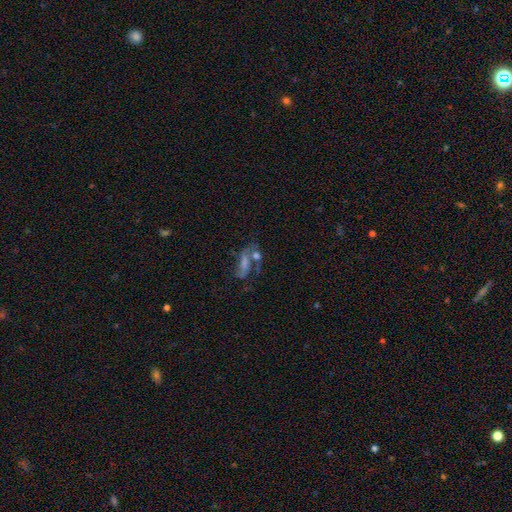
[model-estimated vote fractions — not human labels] Q: Smooth or featured?
A: star or artifact (35%); runner-up: featured or disk (33%)